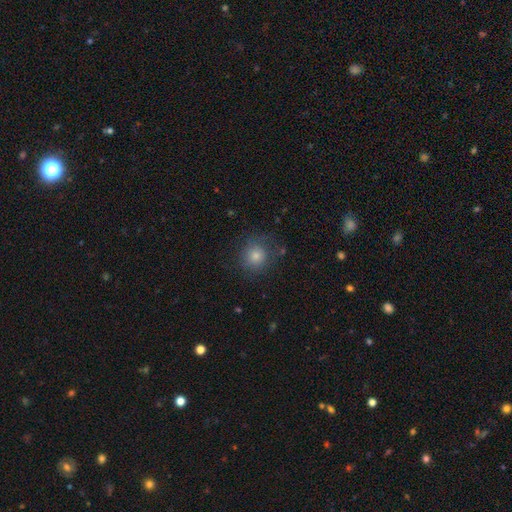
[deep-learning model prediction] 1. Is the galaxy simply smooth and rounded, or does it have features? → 73% smooth, 16% star or artifact, 12% featured or disk.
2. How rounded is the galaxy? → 88% round, 11% in between, 1% cigar-shaped.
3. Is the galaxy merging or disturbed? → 78% none, 14% minor disturbance, 6% major disturbance, 2% merger.